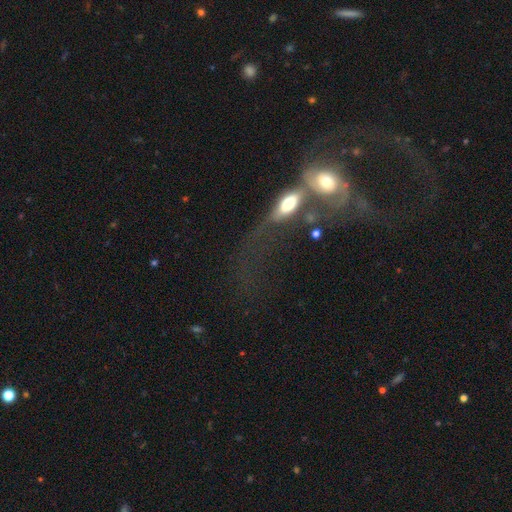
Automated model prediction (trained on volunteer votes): This is possibly a featured or disk galaxy (55%). It is clearly not viewed edge-on (90%). Merging: likely merger (69%).